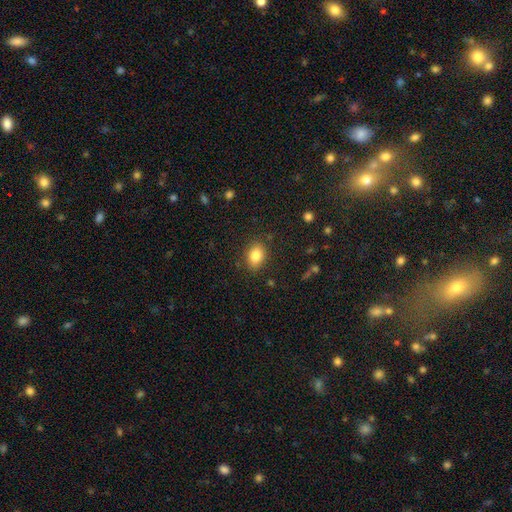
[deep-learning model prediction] Smooth or featured: smooth — 83% (star or artifact — 9%)
How rounded: in between — 76% (round — 22%)
Merging: none — 85% (minor disturbance — 11%)